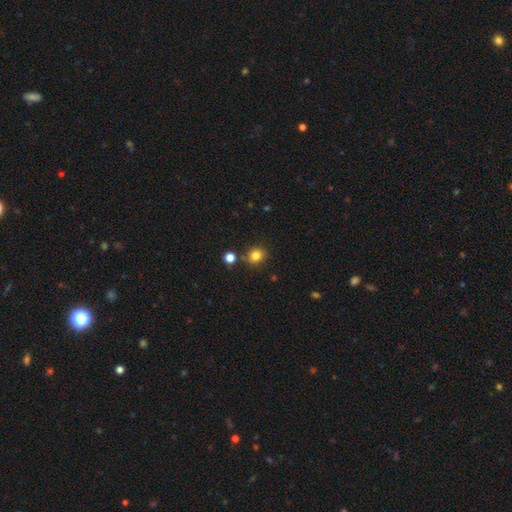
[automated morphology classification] Smooth or featured? smooth (82%)
How rounded? round (81%)
Merging? none (81%)